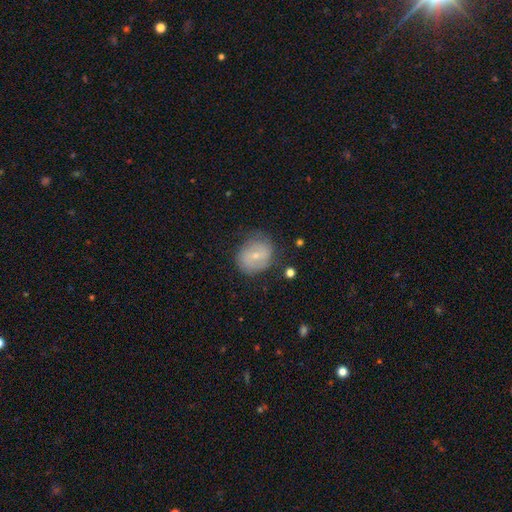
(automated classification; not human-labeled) Smooth or featured?
  - featured or disk: 46% * (tied)
  - smooth: 46% * (tied)
  - star or artifact: 8%
Merging?
  - none: 67% *
  - minor disturbance: 23%
  - major disturbance: 9%
  - merger: 2%